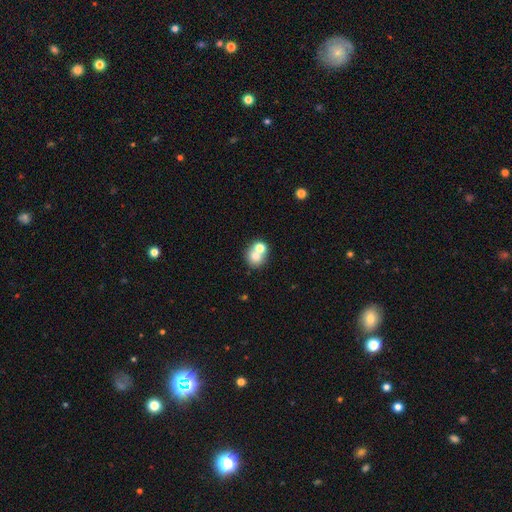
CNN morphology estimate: smooth_or_featured: smooth (p=0.70) [alt: featured or disk p=0.18]
how_rounded: round (p=0.78) [alt: in between p=0.21]
merging: merger (p=0.49) [alt: none p=0.41]